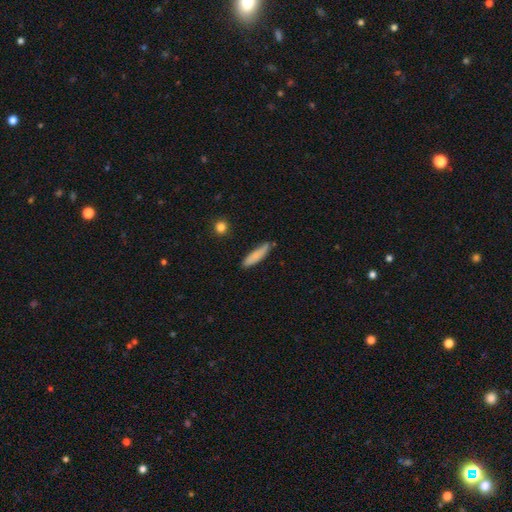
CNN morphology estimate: Smooth or featured? smooth (81%)
How rounded? cigar-shaped (79%)
Merging? none (75%)